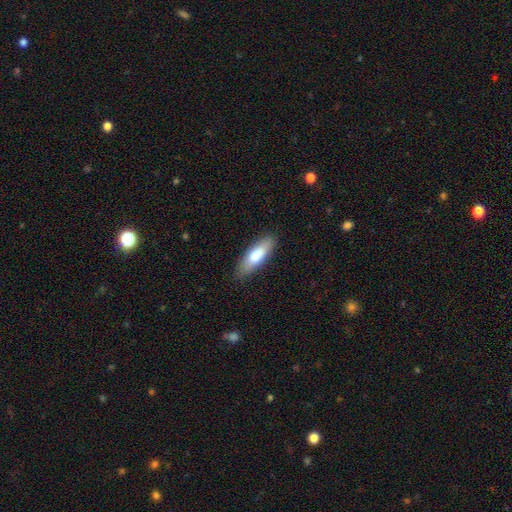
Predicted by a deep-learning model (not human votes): A smooth galaxy with no disk features (73%) that is in between round and cigar-shaped (54%). Merging: none (86%).